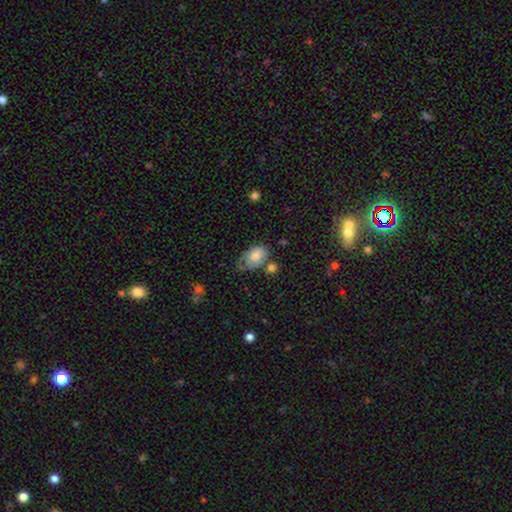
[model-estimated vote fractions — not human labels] smooth 73%, featured or disk 19%, star or artifact 8%. Down the decision tree: how rounded — in between (89%); merging — none (39%).